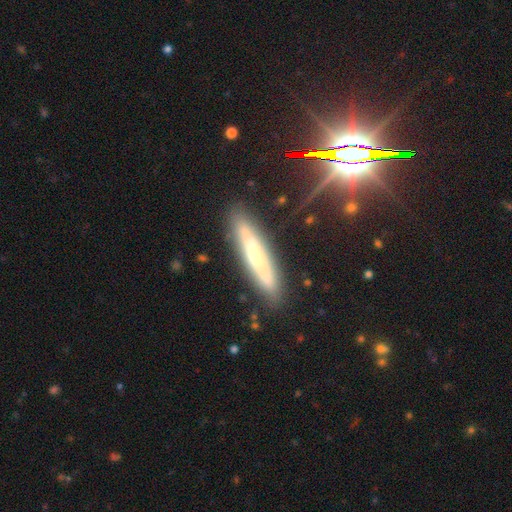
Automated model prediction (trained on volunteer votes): This is possibly a featured or disk galaxy (49%). Merging: clearly none (85%).